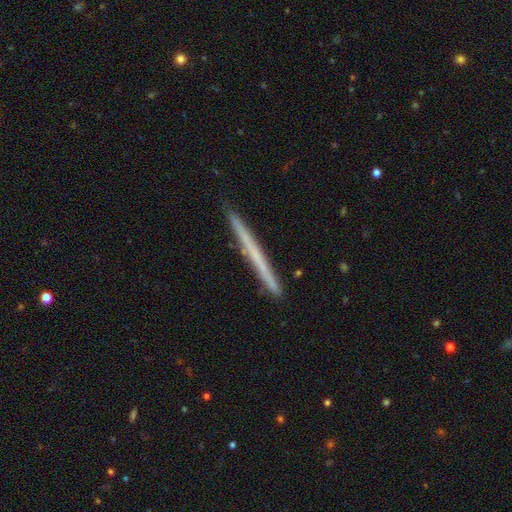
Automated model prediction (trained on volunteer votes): Smooth or featured?
  - featured or disk: 50% *
  - smooth: 43%
  - star or artifact: 7%
Edge-on disk?
  - yes: 97% *
  - no: 3%
Merging?
  - none: 91% *
  - minor disturbance: 7%
  - major disturbance: 1%
  - merger: 1%